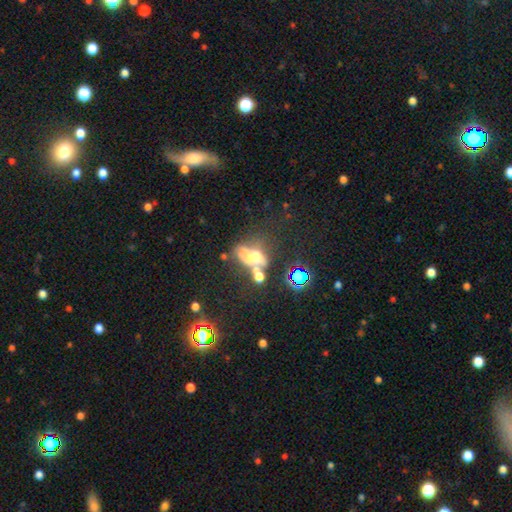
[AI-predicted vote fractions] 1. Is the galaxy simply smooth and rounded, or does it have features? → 39% featured or disk, 35% smooth, 25% star or artifact.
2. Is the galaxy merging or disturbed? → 46% merger, 21% none, 21% major disturbance, 12% minor disturbance.